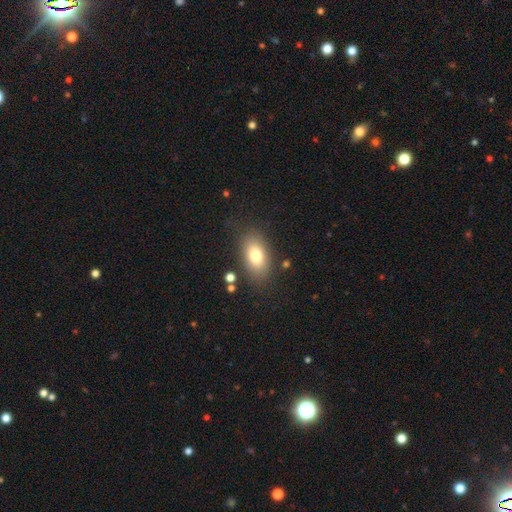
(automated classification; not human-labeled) smooth-or-featured: smooth: 76% | featured or disk: 15% | star or artifact: 9%
  how-rounded: in between: 88% | round: 9% | cigar-shaped: 4%
  merging: none: 81% | minor disturbance: 12% | major disturbance: 5% | merger: 3%